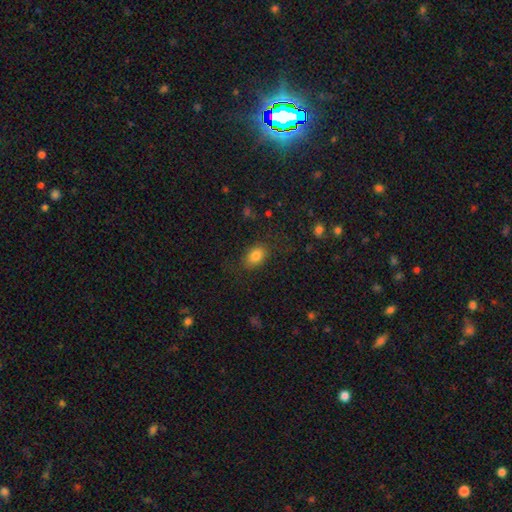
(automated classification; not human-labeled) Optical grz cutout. It shows a smooth galaxy with no disk features (82%) that is in between round and cigar-shaped (78%). Merging: none (79%).